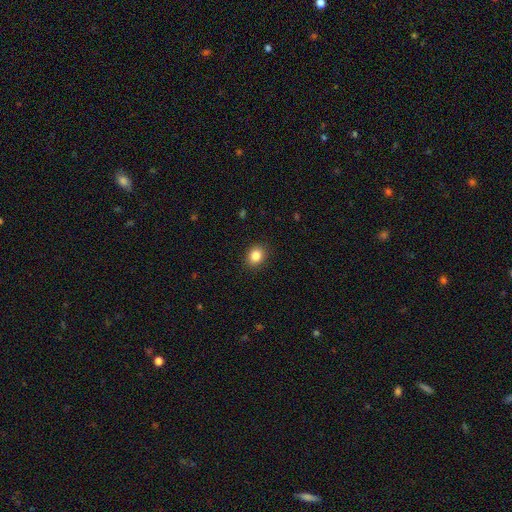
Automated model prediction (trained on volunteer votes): smooth-or-featured: smooth: 86% | star or artifact: 10% | featured or disk: 4%
  how-rounded: round: 61% | in between: 38% | cigar-shaped: 1%
  merging: none: 90% | minor disturbance: 7% | major disturbance: 2% | merger: 1%